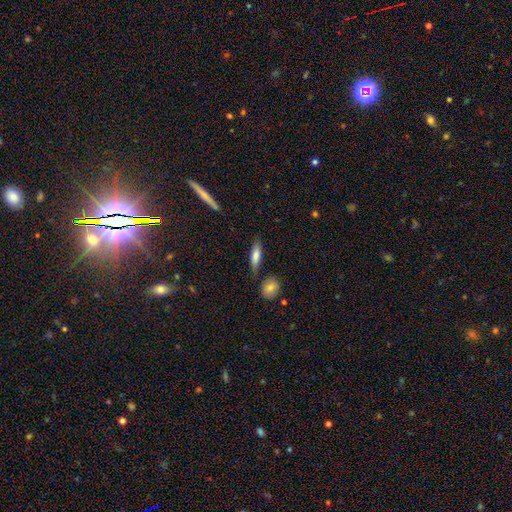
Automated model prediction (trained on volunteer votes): Smooth or featured? smooth (75%)
How rounded? cigar-shaped (53%)
Merging? none (76%)